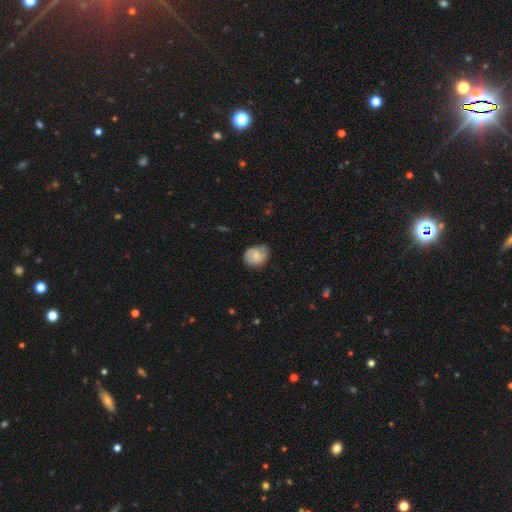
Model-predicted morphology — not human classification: This appears to be a smooth galaxy with no disk features (58%) that is round (67%). Merging: none (69%).